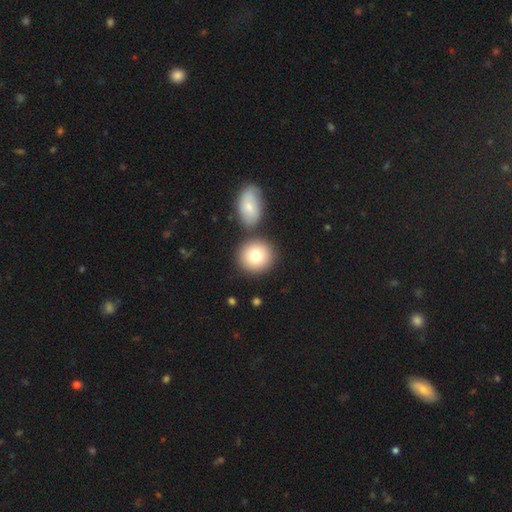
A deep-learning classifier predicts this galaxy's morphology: Q: Smooth or featured?
A: smooth (79%); runner-up: featured or disk (13%)
Q: How rounded?
A: round (87%); runner-up: in between (12%)
Q: Merging?
A: none (74%); runner-up: merger (16%)